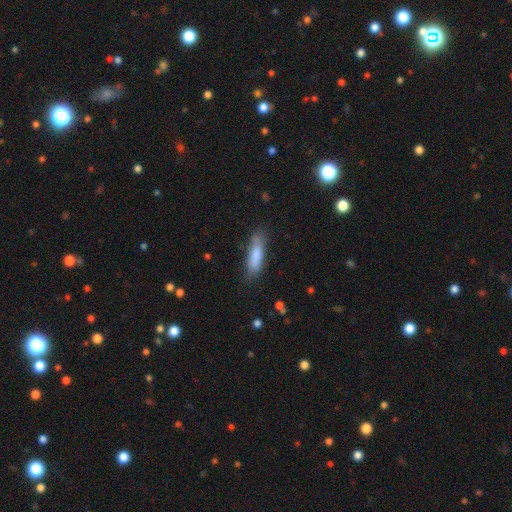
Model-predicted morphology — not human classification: smooth-or-featured: smooth: 81% | featured or disk: 13% | star or artifact: 6%
  how-rounded: cigar-shaped: 60% | in between: 38% | round: 2%
  merging: none: 72% | minor disturbance: 21% | major disturbance: 5% | merger: 2%